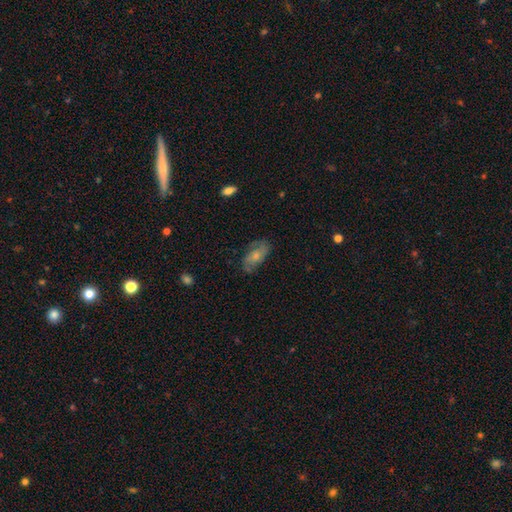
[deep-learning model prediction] Smooth or featured? Predicted: featured or disk (p=0.53). Edge-on disk? Predicted: no (p=0.93). Merging? Predicted: none (p=0.72).